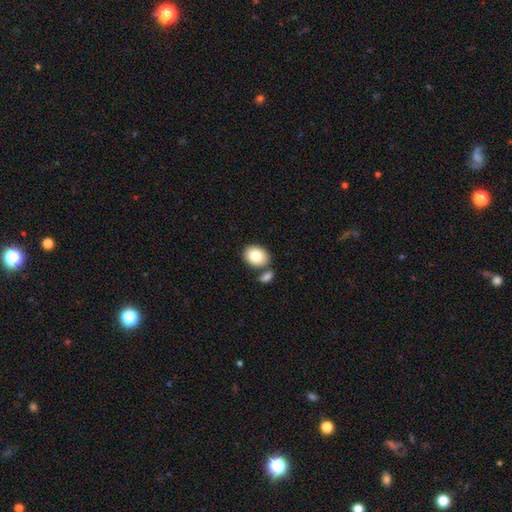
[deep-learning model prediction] A smooth galaxy with no disk features (82%) that is in between round and cigar-shaped (64%). Merging: none (65%).